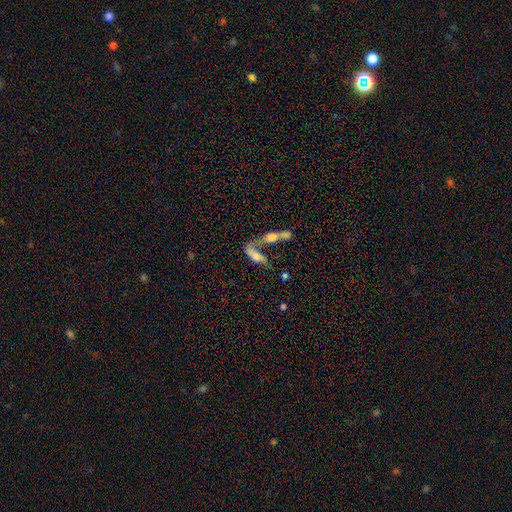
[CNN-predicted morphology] Smooth or featured: featured or disk — 45% (smooth — 44%)
Merging: merger — 69% (none — 13%)